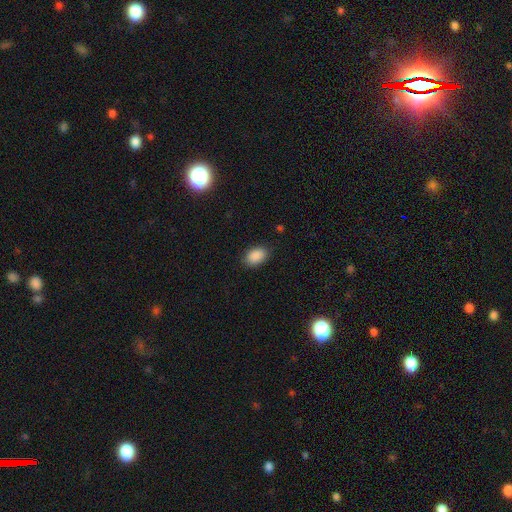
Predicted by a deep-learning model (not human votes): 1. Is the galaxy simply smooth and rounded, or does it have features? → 90% smooth, 8% star or artifact, 3% featured or disk.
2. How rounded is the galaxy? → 89% in between, 10% round, 1% cigar-shaped.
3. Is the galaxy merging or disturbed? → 85% none, 11% minor disturbance, 3% major disturbance, 1% merger.